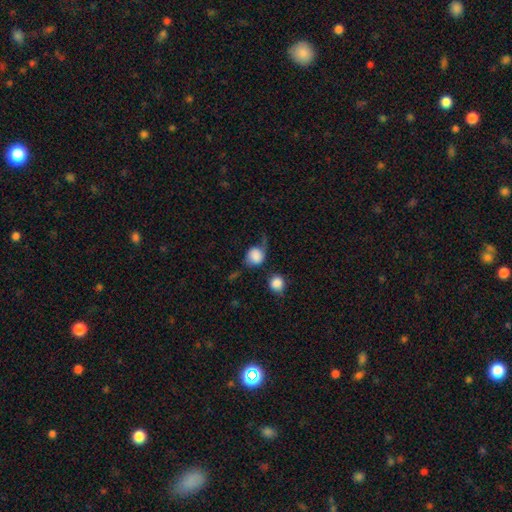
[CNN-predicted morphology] The model was most divided on "merging": none: 39%, minor disturbance: 28%, major disturbance: 22%, merger: 11%. More confident: how rounded — round (77%); smooth or featured — smooth (77%).